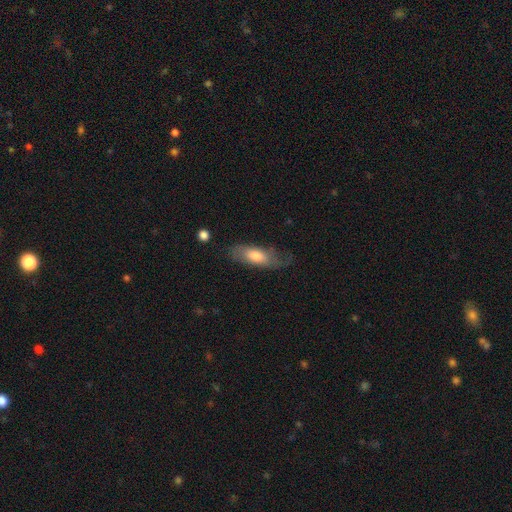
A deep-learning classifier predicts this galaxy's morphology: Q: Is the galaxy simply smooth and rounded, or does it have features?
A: smooth — 64%.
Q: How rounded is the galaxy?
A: in between — 69%.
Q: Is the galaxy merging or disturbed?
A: none — 61%.